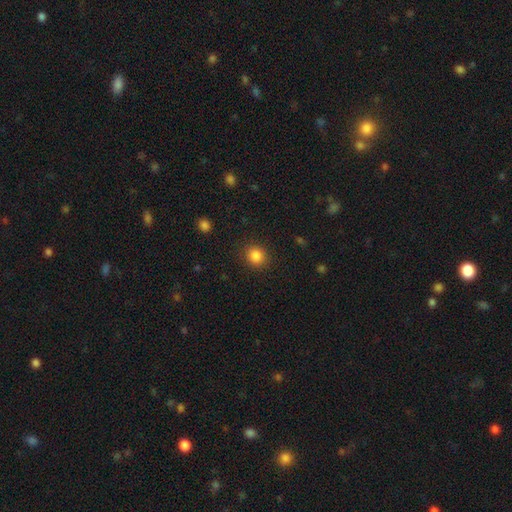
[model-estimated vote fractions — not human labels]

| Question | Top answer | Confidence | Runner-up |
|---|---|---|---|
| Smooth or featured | smooth | 85% | star or artifact (11%) |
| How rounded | round | 81% | in between (18%) |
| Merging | none | 88% | minor disturbance (8%) |